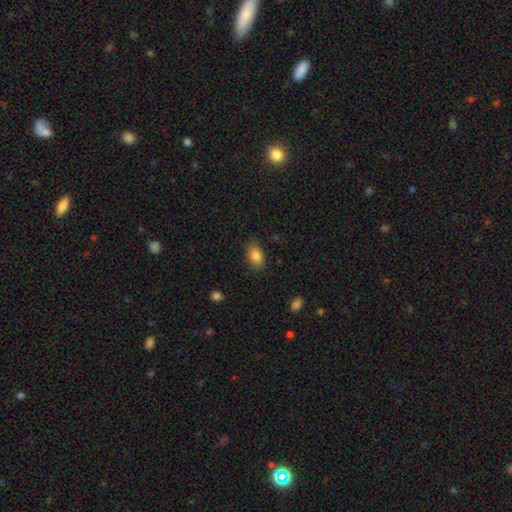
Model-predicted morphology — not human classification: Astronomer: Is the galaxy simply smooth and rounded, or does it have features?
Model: smooth — 85%.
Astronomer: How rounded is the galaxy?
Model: in between — 88%.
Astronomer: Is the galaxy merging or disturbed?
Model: none — 83%.